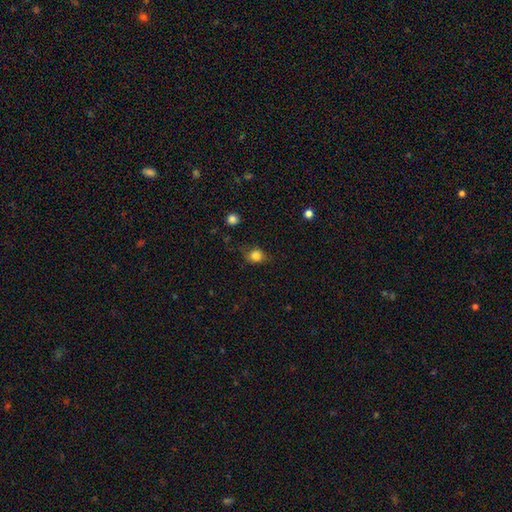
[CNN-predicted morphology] type=smooth (83%); roundness=round (69%); merging=none (70%).